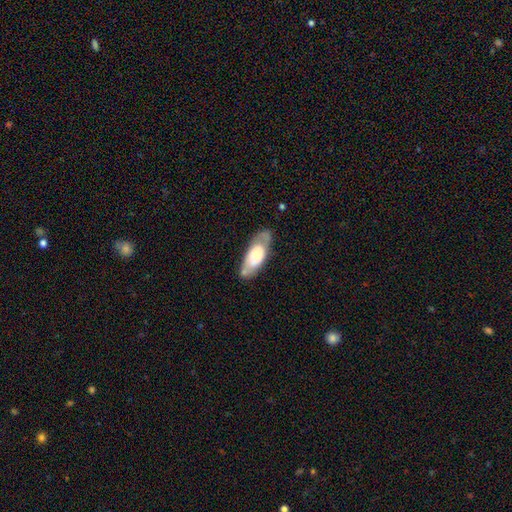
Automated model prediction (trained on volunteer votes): Smooth or featured? Predicted: featured or disk (p=0.50). Merging? Predicted: none (p=0.61).